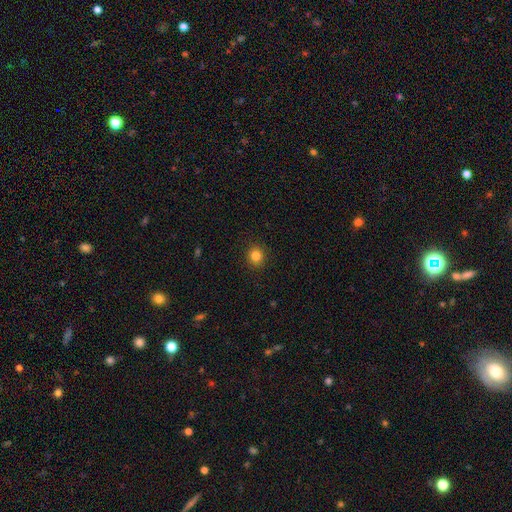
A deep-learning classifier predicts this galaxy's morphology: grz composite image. It shows a smooth galaxy with no disk features (84%) that is round (86%). Merging: none (91%).